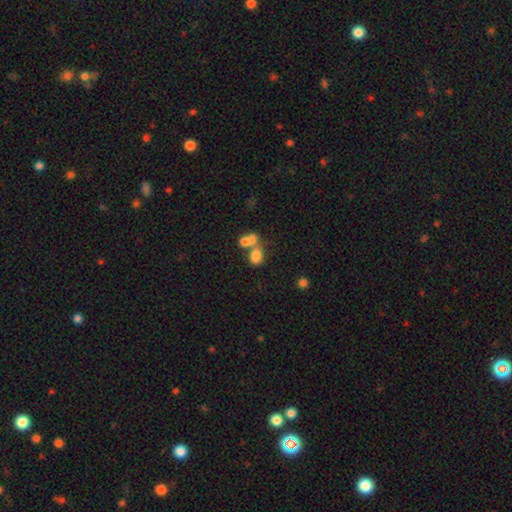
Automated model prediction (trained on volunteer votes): smooth_or_featured: smooth (p=0.76) [alt: featured or disk p=0.13]
how_rounded: round (p=0.53) [alt: in between p=0.46]
merging: merger (p=0.54) [alt: none p=0.33]